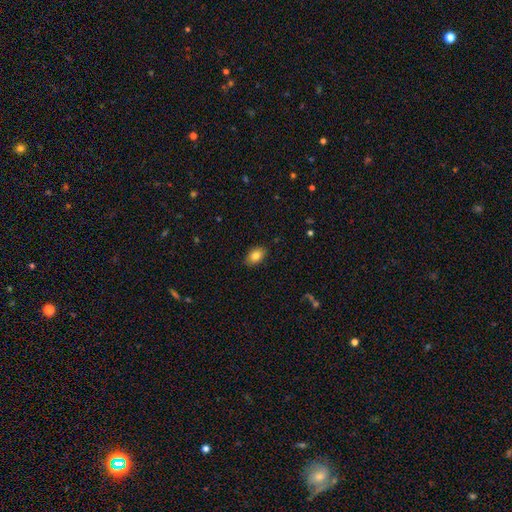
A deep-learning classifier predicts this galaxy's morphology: Smooth or featured?
  - smooth: 82% *
  - featured or disk: 10%
  - star or artifact: 8%
How rounded?
  - in between: 87% *
  - round: 12%
  - cigar-shaped: 1%
Merging?
  - none: 87% *
  - minor disturbance: 10%
  - major disturbance: 2%
  - merger: 1%